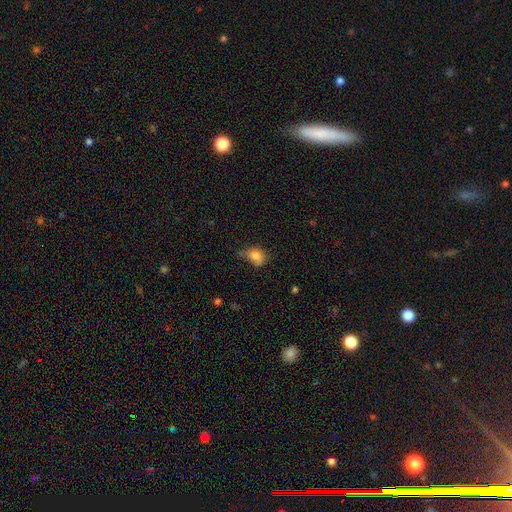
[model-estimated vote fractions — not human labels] Smooth or featured? smooth (78%)
How rounded? in between (57%)
Merging? none (41%)